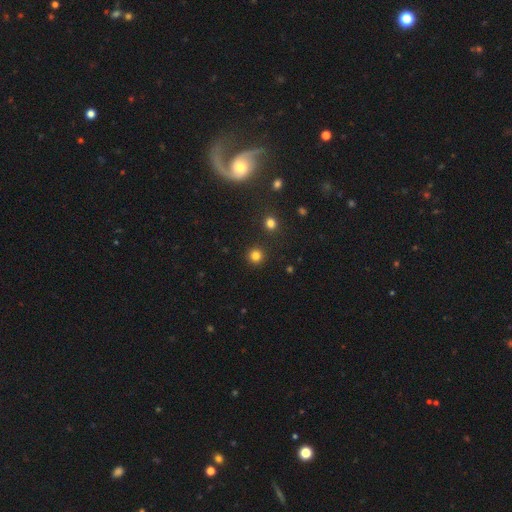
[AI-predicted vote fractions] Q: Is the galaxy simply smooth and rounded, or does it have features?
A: smooth — 81%.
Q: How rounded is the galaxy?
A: round — 95%.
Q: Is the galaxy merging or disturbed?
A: none — 91%.